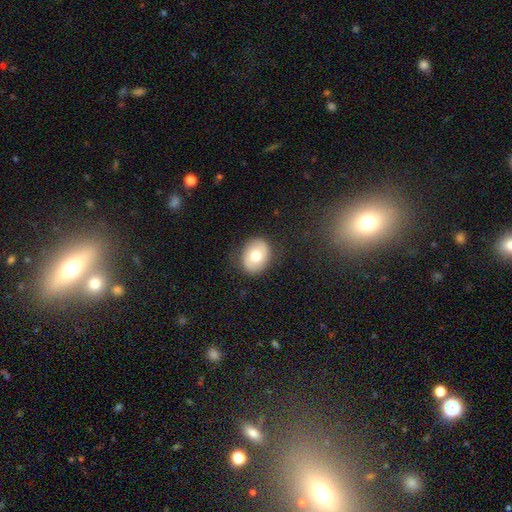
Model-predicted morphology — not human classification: smooth-or-featured: smooth: 72% | featured or disk: 21% | star or artifact: 8%
  how-rounded: in between: 56% | round: 43% | cigar-shaped: 1%
  merging: none: 85% | minor disturbance: 10% | major disturbance: 3% | merger: 1%